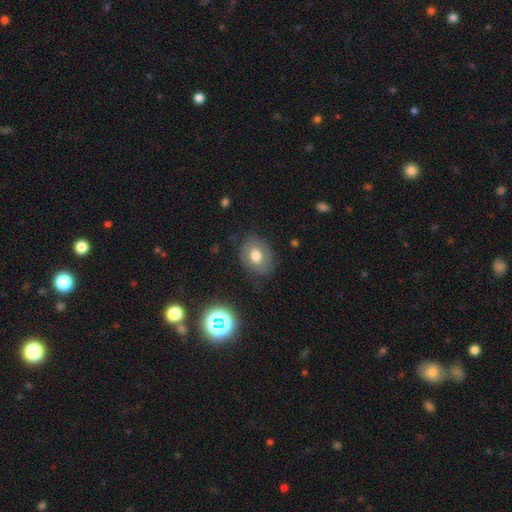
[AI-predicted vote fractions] Morphology: type=smooth (62%); roundness=in between (61%); merging=none (76%).